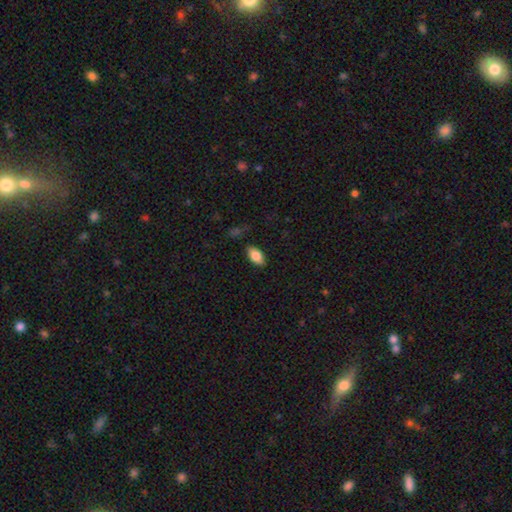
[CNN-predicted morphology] smooth 83%, featured or disk 10%, star or artifact 7%. Down the decision tree: how rounded — in between (93%); merging — none (85%).